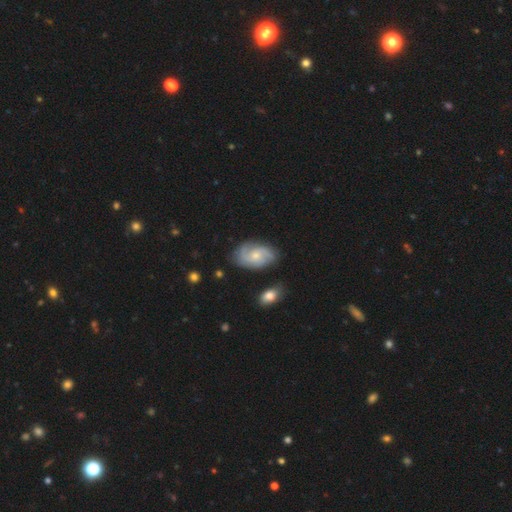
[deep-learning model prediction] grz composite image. It shows a featured or disk galaxy (76%) with no bar (68%), 2 (49%) medium (46%) spiral arms (95%) and a small central bulge (63%). Merging: none (74%).